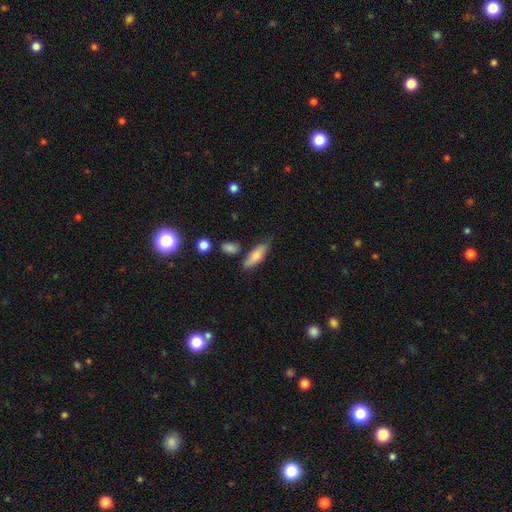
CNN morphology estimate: This is likely a smooth galaxy (75%). How rounded: likely in between (61%). Merging: likely none (69%).